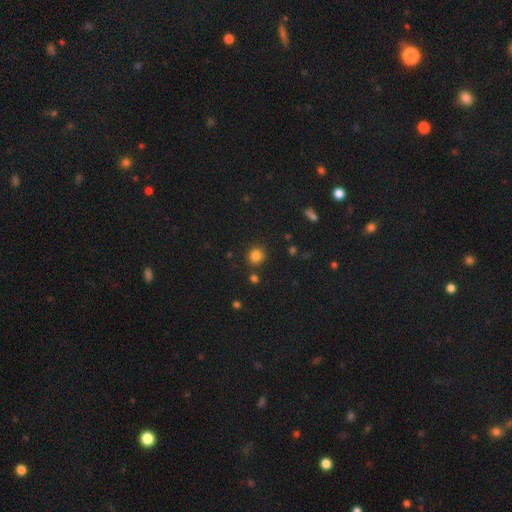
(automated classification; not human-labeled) Smooth or featured?
  - smooth: 82% *
  - star or artifact: 13%
  - featured or disk: 5%
How rounded?
  - round: 88% *
  - in between: 11%
  - cigar-shaped: 1%
Merging?
  - none: 85% *
  - minor disturbance: 8%
  - merger: 4%
  - major disturbance: 3%